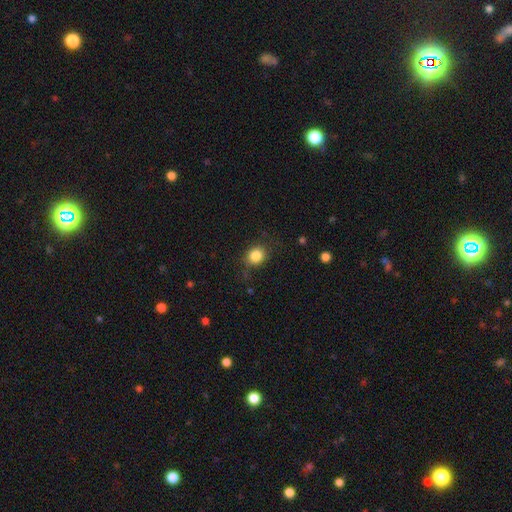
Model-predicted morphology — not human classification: The model was most divided on "how rounded": round: 73%, in between: 26%, cigar-shaped: 1%. More confident: smooth or featured — smooth (84%); merging — none (76%).